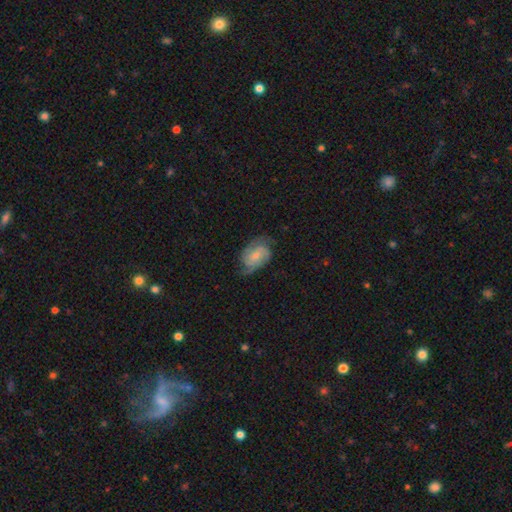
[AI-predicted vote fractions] Morphology: type=featured or disk (75%); edge-on=no (97%); bar=no (58%); spiral arms=yes (94%); winding=medium (46%); arm count=2 (68%); bulge=small (61%); merging=none (65%).